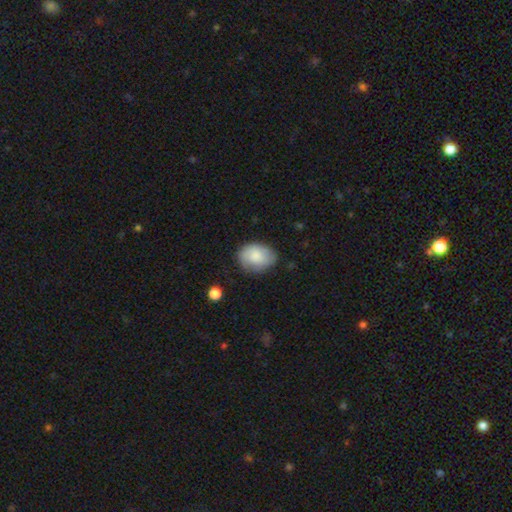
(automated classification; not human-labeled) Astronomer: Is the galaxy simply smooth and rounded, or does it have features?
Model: smooth — 80%.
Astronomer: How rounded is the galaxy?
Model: in between — 72%.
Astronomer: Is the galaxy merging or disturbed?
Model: none — 71%.